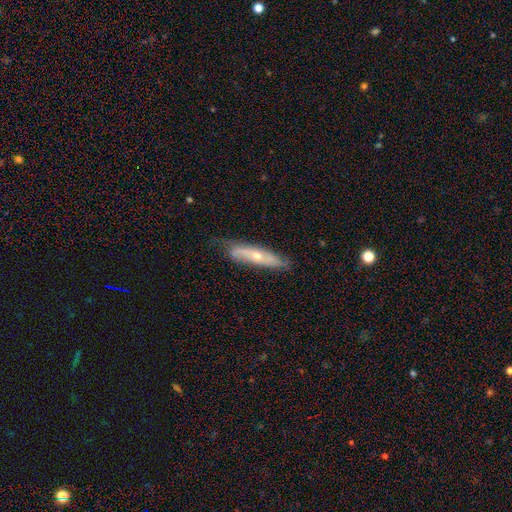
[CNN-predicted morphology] featured or disk 58%, smooth 36%, star or artifact 7%. Down the decision tree: edge-on disk — yes (53%); merging — none (72%).